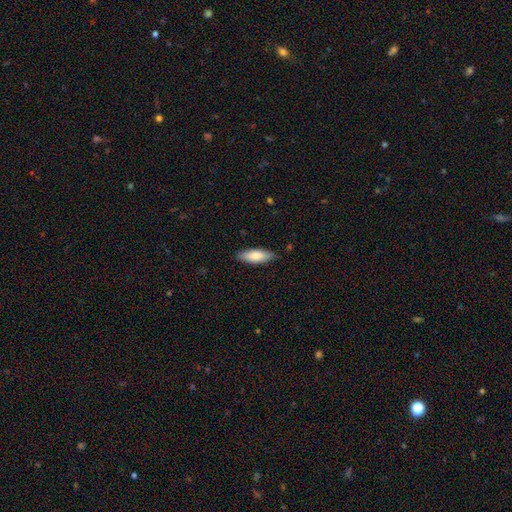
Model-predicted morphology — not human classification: Smooth or featured?
  - smooth: 79% *
  - featured or disk: 15%
  - star or artifact: 5%
How rounded?
  - in between: 65% *
  - cigar-shaped: 33%
  - round: 2%
Merging?
  - none: 84% *
  - minor disturbance: 13%
  - major disturbance: 2%
  - merger: 1%